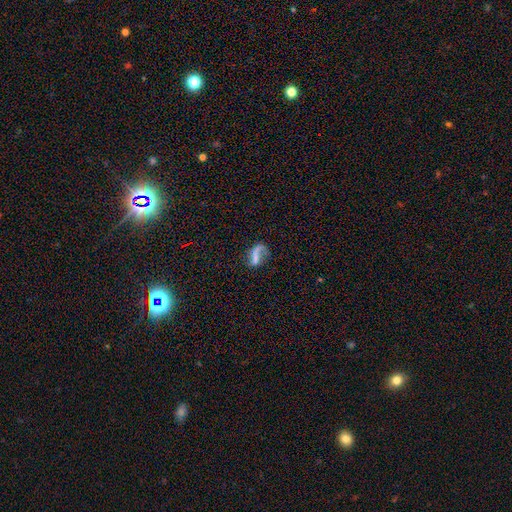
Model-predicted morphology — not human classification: smooth_or_featured: featured or disk (p=0.54) [alt: smooth p=0.34]
disk_edge_on: no (p=0.95) [alt: yes p=0.05]
bar: no (p=0.43) [alt: strong p=0.29]
has_spiral_arms: yes (p=0.68) [alt: no p=0.32]
bulge_size: none (p=0.64) [alt: small p=0.18]
merging: none (p=0.40) [alt: major disturbance p=0.35]